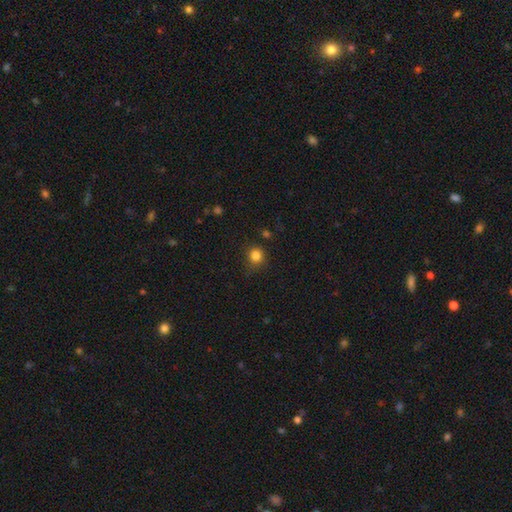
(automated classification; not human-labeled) Q: Smooth or featured?
A: smooth (83%); runner-up: star or artifact (13%)
Q: How rounded?
A: round (88%); runner-up: in between (11%)
Q: Merging?
A: none (78%); runner-up: minor disturbance (16%)